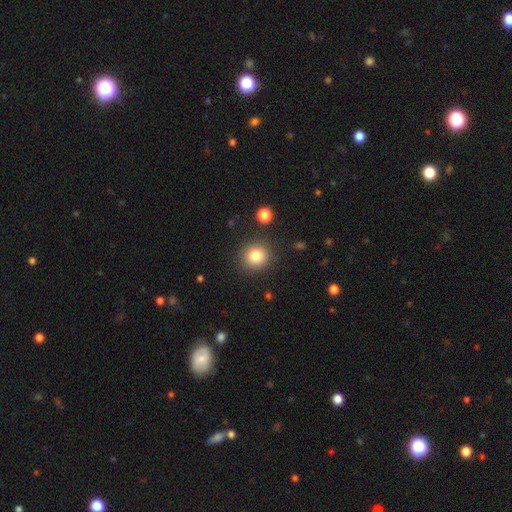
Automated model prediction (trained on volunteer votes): Smooth or featured: smooth — 81% (star or artifact — 12%)
How rounded: round — 89% (in between — 10%)
Merging: none — 88% (minor disturbance — 7%)